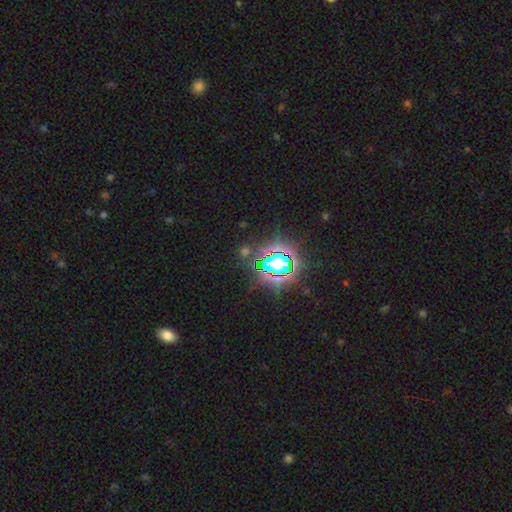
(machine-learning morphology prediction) Q: Smooth or featured?
A: star or artifact (81%); runner-up: smooth (12%)